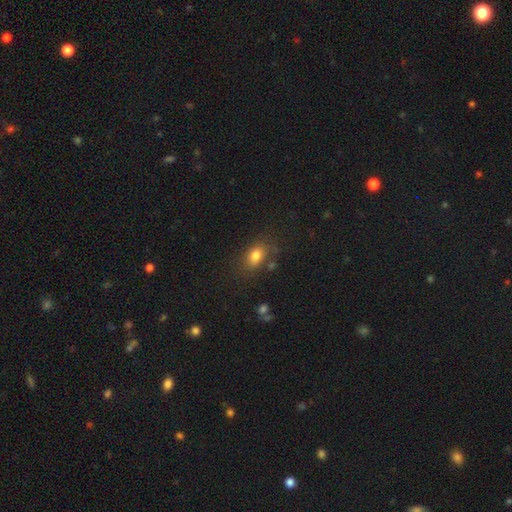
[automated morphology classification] smooth_or_featured: smooth (p=0.81) [alt: star or artifact p=0.11]
how_rounded: in between (p=0.79) [alt: round p=0.19]
merging: none (p=0.73) [alt: minor disturbance p=0.16]